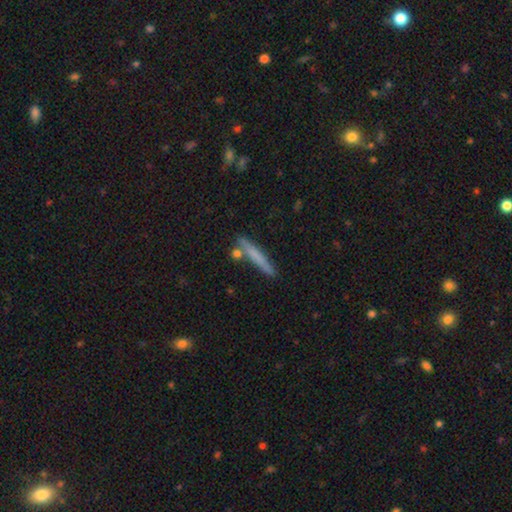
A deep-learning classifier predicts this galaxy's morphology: Q: Smooth or featured?
A: smooth (62%); runner-up: featured or disk (31%)
Q: How rounded?
A: cigar-shaped (95%); runner-up: in between (4%)
Q: Merging?
A: none (80%); runner-up: minor disturbance (11%)